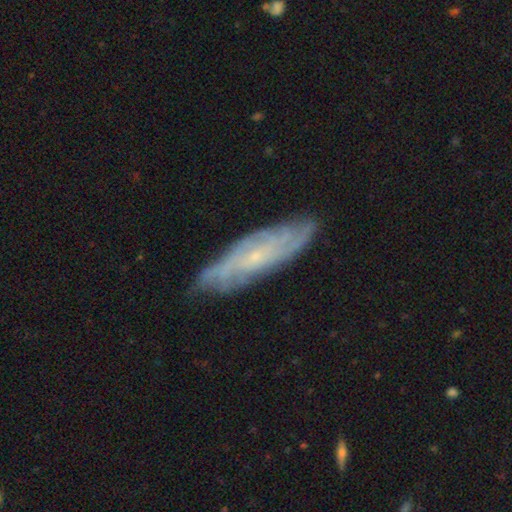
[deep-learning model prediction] featured or disk 75%, smooth 17%, star or artifact 7%. Down the decision tree: edge-on disk — no (74%); bar — no (68%); spiral arms — yes (90%); spiral arm count — can't tell (50%); spiral winding — tight (63%); bulge size — small (79%); merging — none (80%).